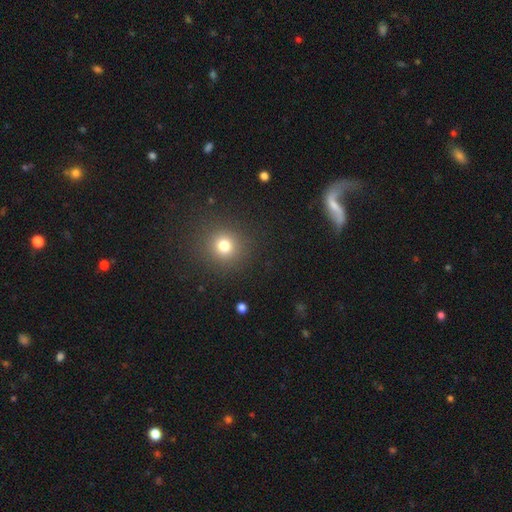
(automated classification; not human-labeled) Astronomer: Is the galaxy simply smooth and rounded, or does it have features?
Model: smooth — 52% (runner-up: star or artifact, 27%).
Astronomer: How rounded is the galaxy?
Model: round — 91%.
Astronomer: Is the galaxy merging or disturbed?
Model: none — 82%.